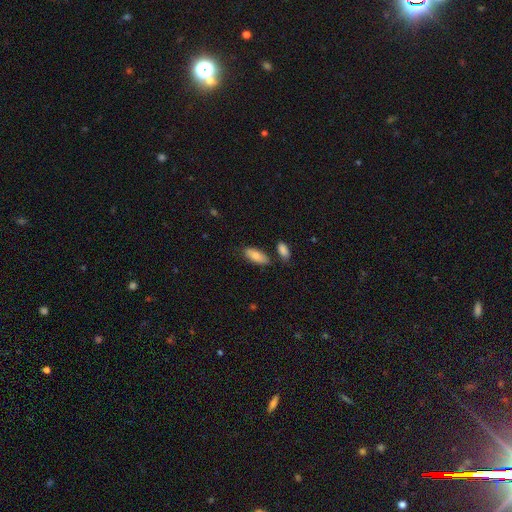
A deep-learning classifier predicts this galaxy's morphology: Overall: smooth (80%). How rounded: in between (82%). Merging: none (76%).